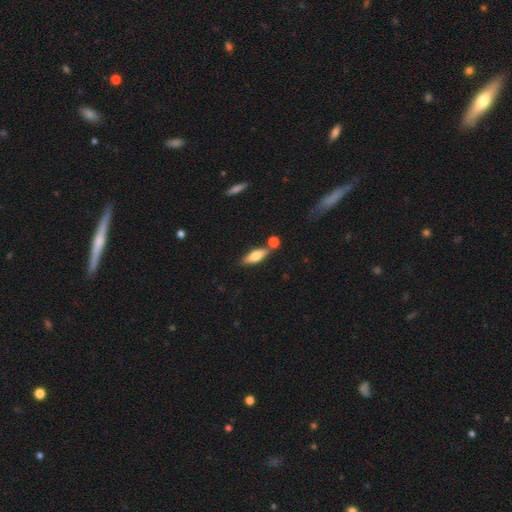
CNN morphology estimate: A smooth galaxy with no disk features (65%) that is in between round and cigar-shaped (55%).

Vote fractions:
- Smooth or featured? smooth: 65% / featured or disk: 29% / star or artifact: 6%
- How rounded? in between: 55% / cigar-shaped: 42% / round: 3%
- Merging? none: 68% / merger: 17% / minor disturbance: 12% / major disturbance: 3%